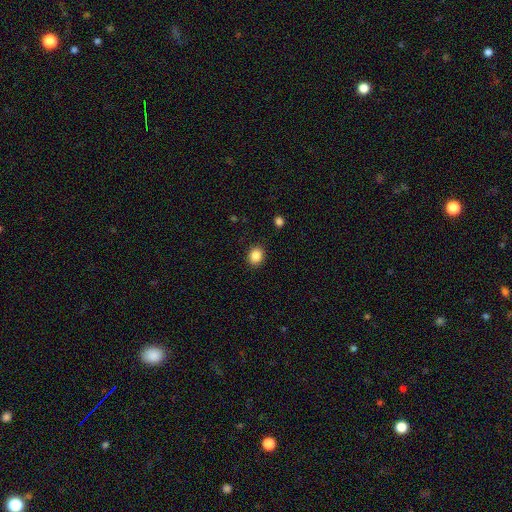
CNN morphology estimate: type=smooth (87%); roundness=round (63%); merging=none (89%).